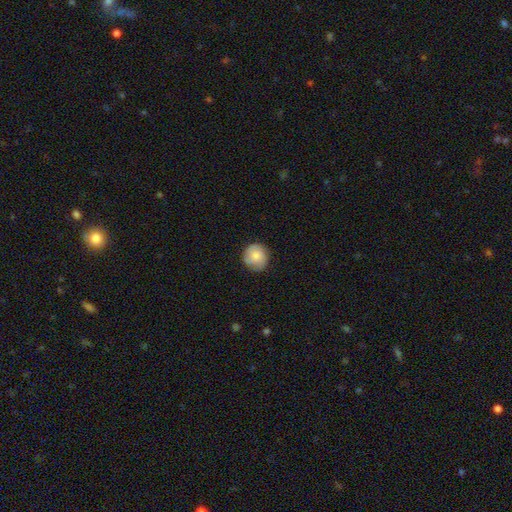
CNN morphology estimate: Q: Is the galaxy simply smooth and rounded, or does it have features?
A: smooth — 77%.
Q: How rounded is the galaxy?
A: round — 89%.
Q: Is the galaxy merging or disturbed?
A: none — 78%.